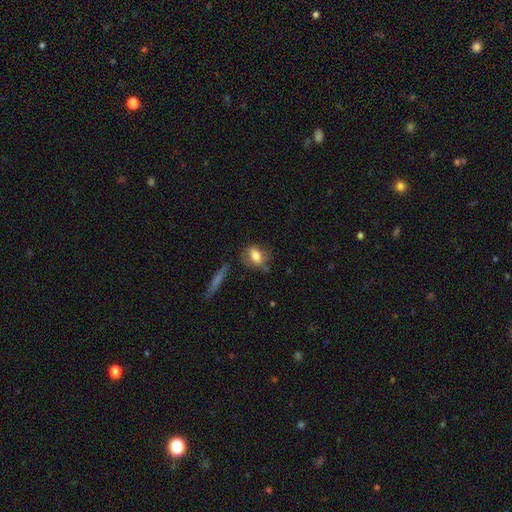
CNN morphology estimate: Q: Smooth or featured?
A: smooth (75%); runner-up: featured or disk (16%)
Q: How rounded?
A: in between (73%); runner-up: round (21%)
Q: Merging?
A: none (59%); runner-up: minor disturbance (26%)